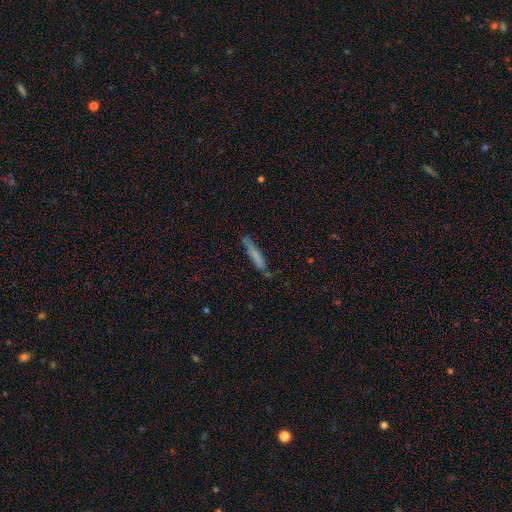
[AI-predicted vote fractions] A smooth galaxy with no disk features (69%) that is cigar-shaped (92%). Merging: none (73%).